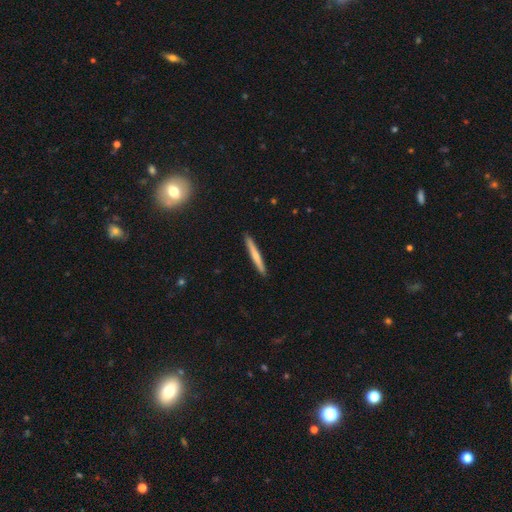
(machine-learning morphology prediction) Smooth or featured?
  - smooth: 59% *
  - featured or disk: 36%
  - star or artifact: 5%
How rounded?
  - cigar-shaped: 96% *
  - in between: 2%
  - round: 1%
Merging?
  - none: 92% *
  - minor disturbance: 6%
  - major disturbance: 1%
  - merger: 1%